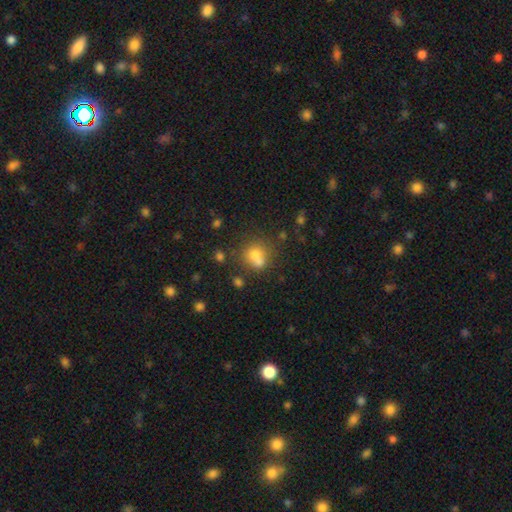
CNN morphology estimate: type=smooth (70%); roundness=round (71%); merging=merger (41%).